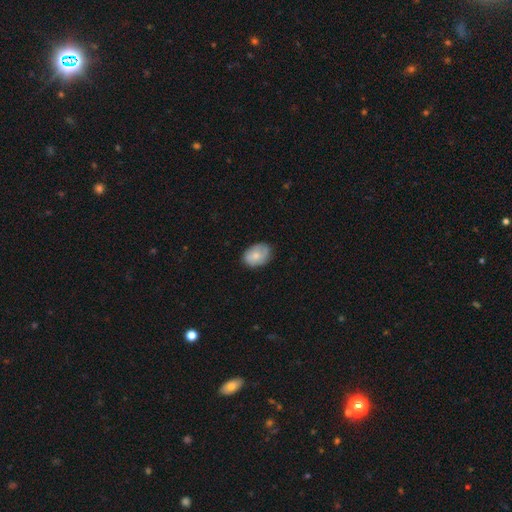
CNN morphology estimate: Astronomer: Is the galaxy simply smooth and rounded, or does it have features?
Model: smooth — 72%.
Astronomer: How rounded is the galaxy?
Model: in between — 77%.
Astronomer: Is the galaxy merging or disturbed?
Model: none — 73%.